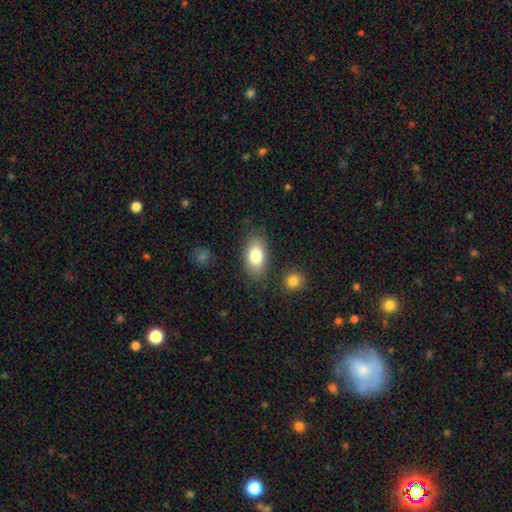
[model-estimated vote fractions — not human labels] The model was most divided on "smooth or featured": smooth: 80%, featured or disk: 12%, star or artifact: 7%. More confident: how rounded — in between (91%); merging — none (82%).